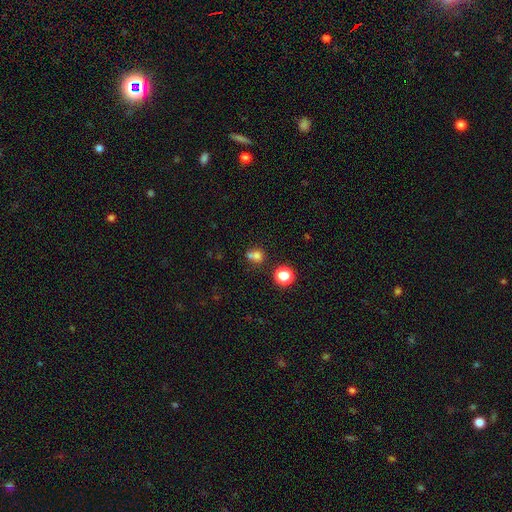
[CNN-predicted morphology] type=smooth (71%); roundness=round (78%); merging=merger (45%).